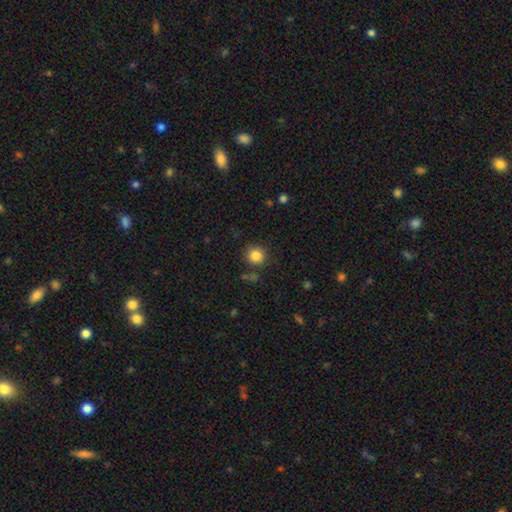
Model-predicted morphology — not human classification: type=smooth (84%); roundness=round (91%); merging=none (86%).